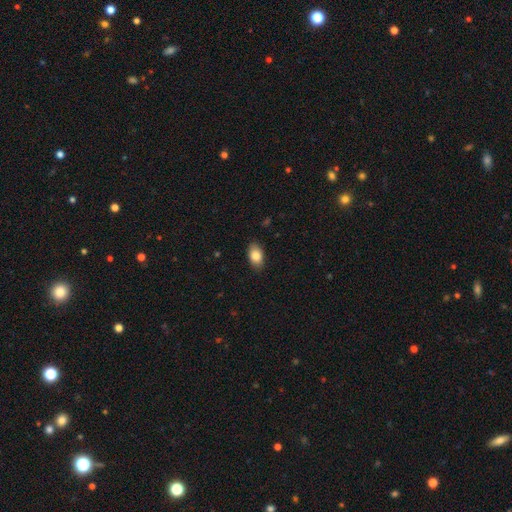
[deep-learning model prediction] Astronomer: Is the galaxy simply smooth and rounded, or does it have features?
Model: smooth — 85%.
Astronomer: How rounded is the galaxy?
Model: in between — 91%.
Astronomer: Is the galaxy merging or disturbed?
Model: none — 87%.